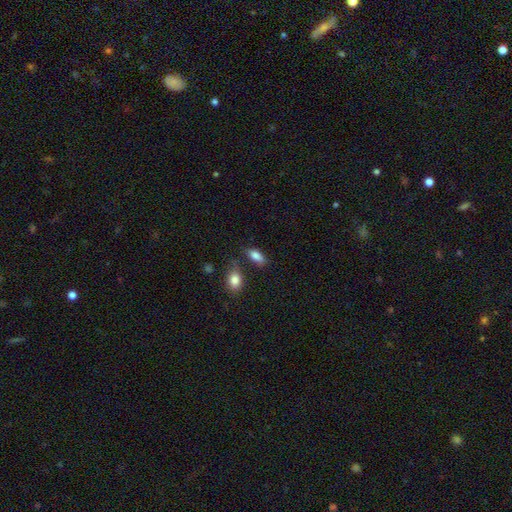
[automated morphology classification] A smooth galaxy with no disk features (84%) that is in between round and cigar-shaped (84%).

Vote fractions:
- Smooth or featured? smooth: 84% / star or artifact: 8% / featured or disk: 8%
- How rounded? in between: 84% / cigar-shaped: 12% / round: 4%
- Merging? none: 68% / minor disturbance: 19% / merger: 9% / major disturbance: 5%